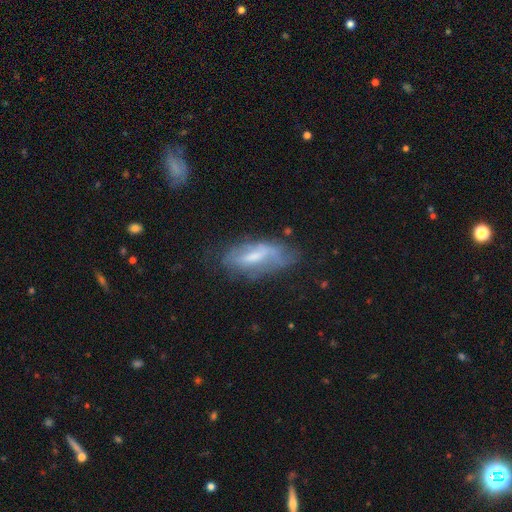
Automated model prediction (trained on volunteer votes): Smooth or featured? featured or disk (54%)
Edge-on disk? no (85%)
Merging? none (47%)